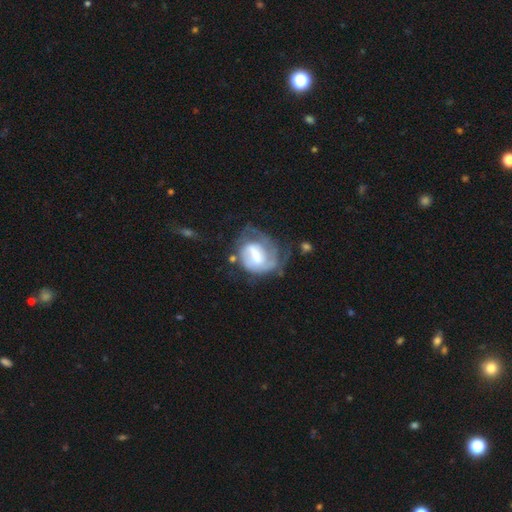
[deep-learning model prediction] The model was most divided on "merging": none: 37%, major disturbance: 33%, minor disturbance: 26%, merger: 5%. Remaining: edge-on disk — no (98%); spiral arms — yes (82%); smooth or featured — featured or disk (70%); bar — weak (48%); spiral winding — tight (47%); bulge size — moderate (37%); spiral arm count — 2 (37%).